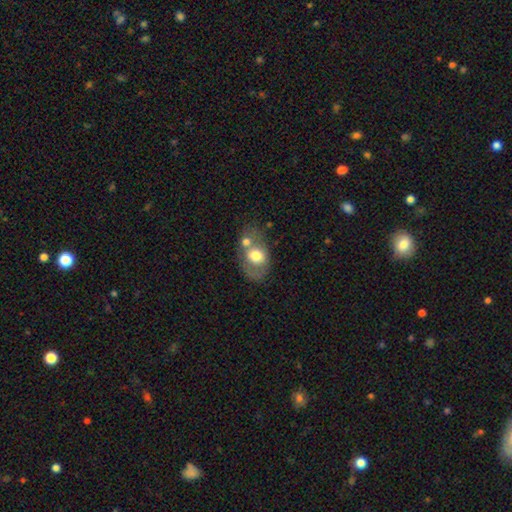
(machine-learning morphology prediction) smooth-or-featured: smooth: 59% | featured or disk: 33% | star or artifact: 8%
  how-rounded: in between: 71% | round: 28% | cigar-shaped: 1%
  merging: merger: 38% | none: 37% | minor disturbance: 16% | major disturbance: 9%